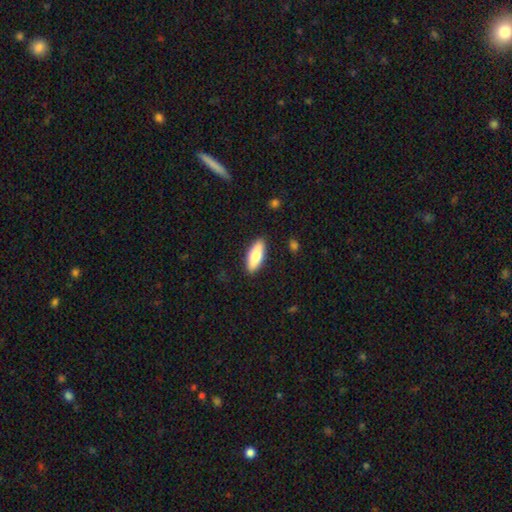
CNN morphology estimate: Smooth or featured? smooth (78%)
How rounded? in between (68%)
Merging? none (89%)